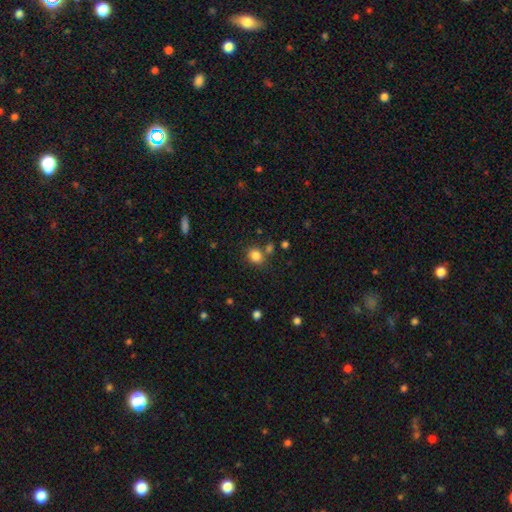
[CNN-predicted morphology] smooth_or_featured: smooth (p=0.83) [alt: star or artifact p=0.12]
how_rounded: round (p=0.59) [alt: in between p=0.40]
merging: none (p=0.71) [alt: minor disturbance p=0.12]